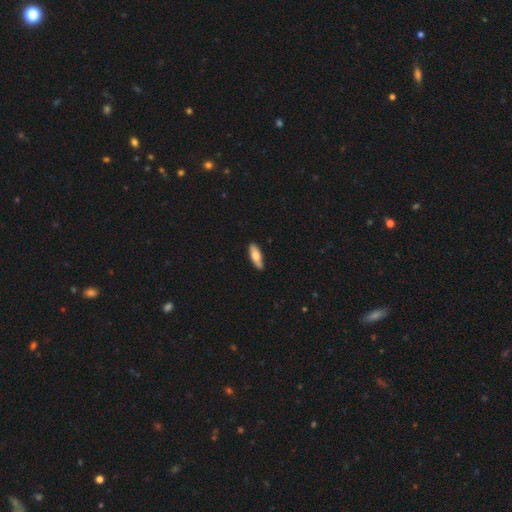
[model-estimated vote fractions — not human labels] The model was most divided on "how rounded": in between: 57%, cigar-shaped: 41%, round: 2%. More confident: merging — none (78%); smooth or featured — smooth (66%).